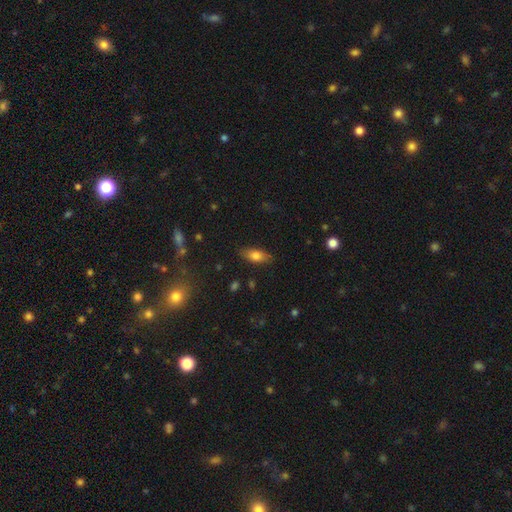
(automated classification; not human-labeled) Overall: smooth (74%). How rounded: in between (81%). Merging: none (84%).